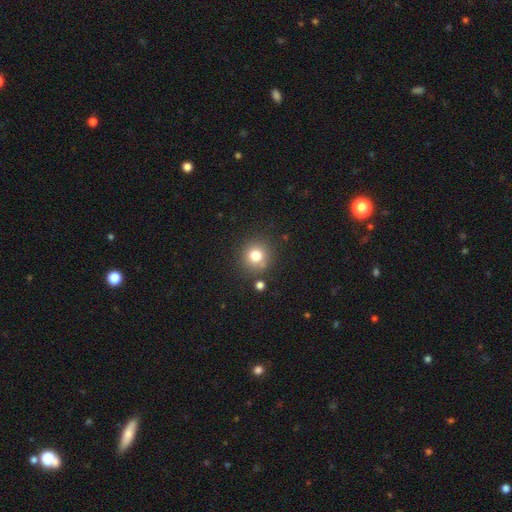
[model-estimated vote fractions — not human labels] A smooth galaxy with no disk features (77%) that is round (90%). Merging: none (81%).